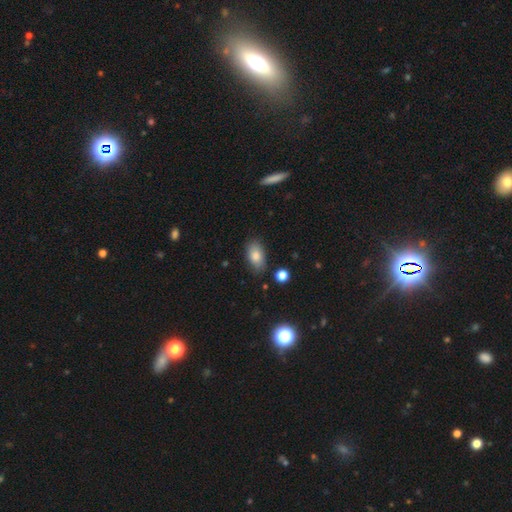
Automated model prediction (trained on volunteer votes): Overall: smooth (83%). How rounded: in between (92%). Merging: none (78%).